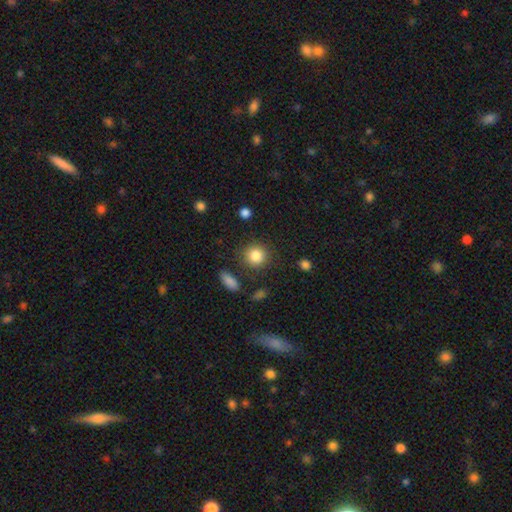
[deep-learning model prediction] Smooth or featured? smooth (85%)
How rounded? round (89%)
Merging? none (83%)